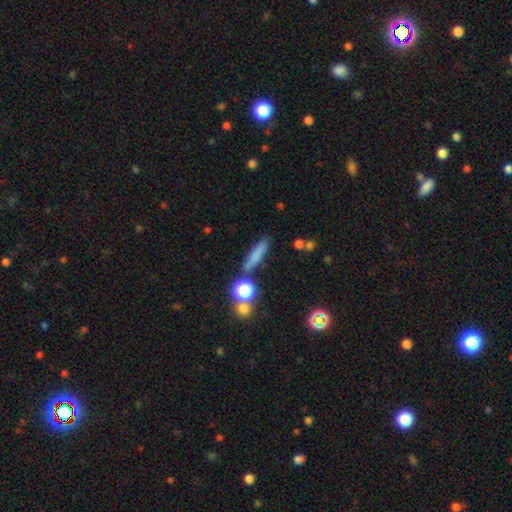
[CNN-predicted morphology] Overall: smooth (70%). How rounded: cigar-shaped (80%). Merging: none (78%).